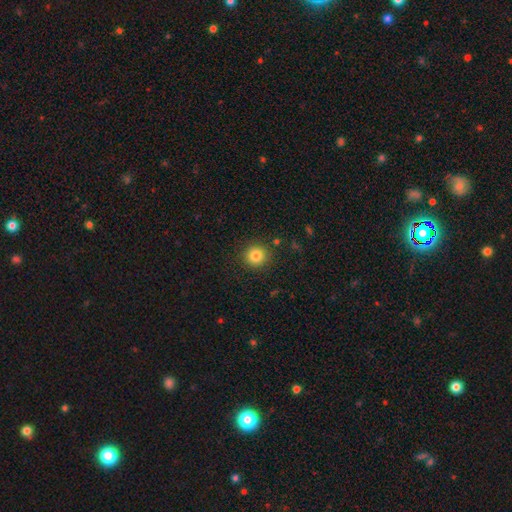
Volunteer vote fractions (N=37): Overall: smooth (92%). How rounded: round (97%). Merging: none (89%).